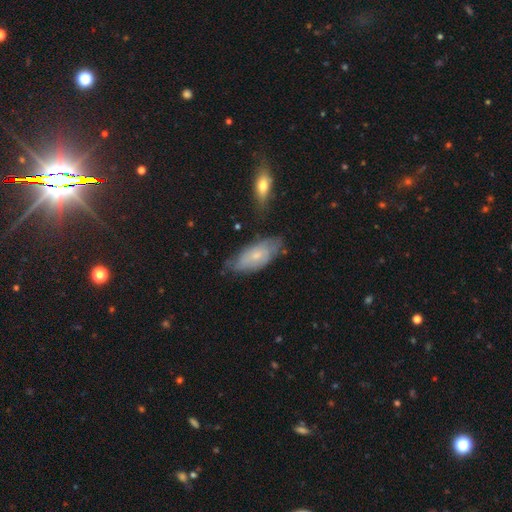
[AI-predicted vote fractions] Q: Smooth or featured?
A: smooth (49%); runner-up: featured or disk (44%)
Q: Merging?
A: none (65%); runner-up: minor disturbance (26%)